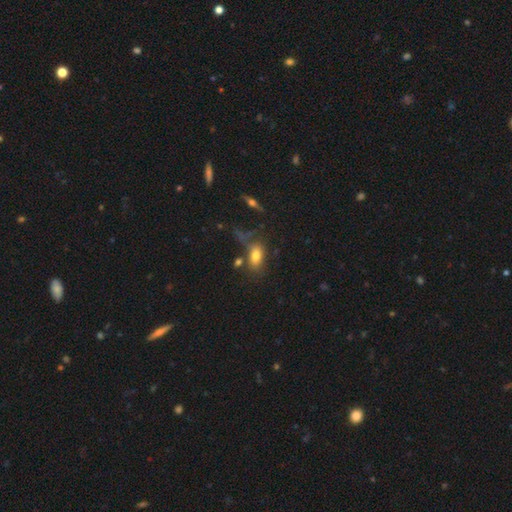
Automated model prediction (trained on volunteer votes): This is likely a smooth galaxy (75%). How rounded: clearly in between (87%). Merging: possibly none (56%).